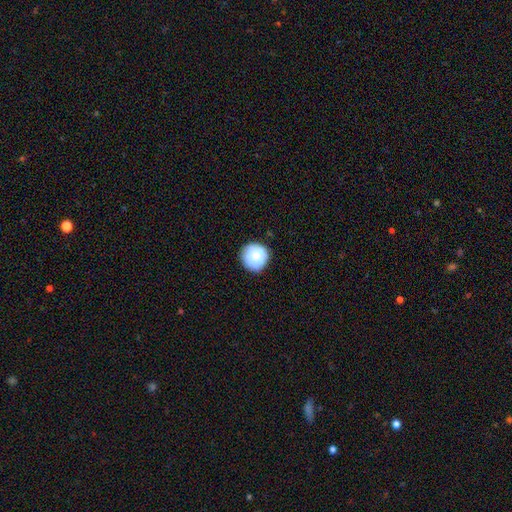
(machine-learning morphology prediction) This is likely a smooth galaxy (80%). How rounded: clearly round (94%). Merging: clearly none (84%).